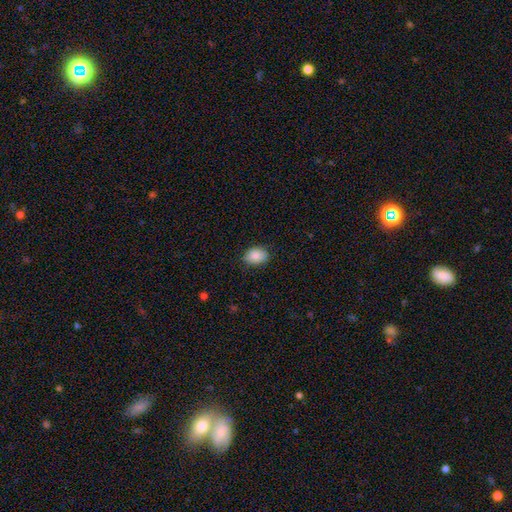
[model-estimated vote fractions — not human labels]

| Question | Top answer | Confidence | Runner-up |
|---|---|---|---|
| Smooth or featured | smooth | 87% | star or artifact (7%) |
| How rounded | in between | 73% | round (26%) |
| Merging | none | 84% | minor disturbance (13%) |